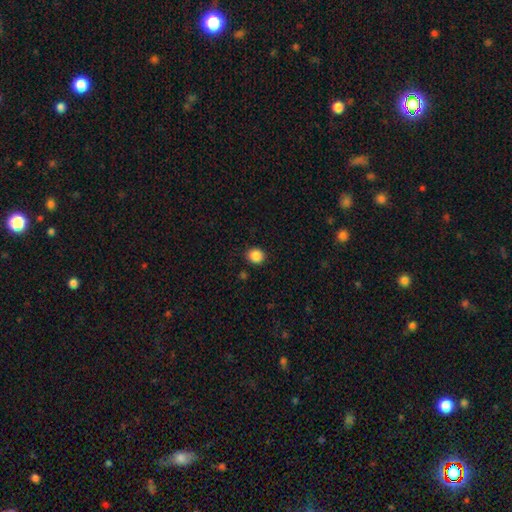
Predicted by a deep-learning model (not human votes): Smooth or featured?
  - smooth: 87% *
  - star or artifact: 10%
  - featured or disk: 3%
How rounded?
  - round: 80% *
  - in between: 19%
  - cigar-shaped: 1%
Merging?
  - none: 89% *
  - minor disturbance: 7%
  - major disturbance: 2%
  - merger: 2%